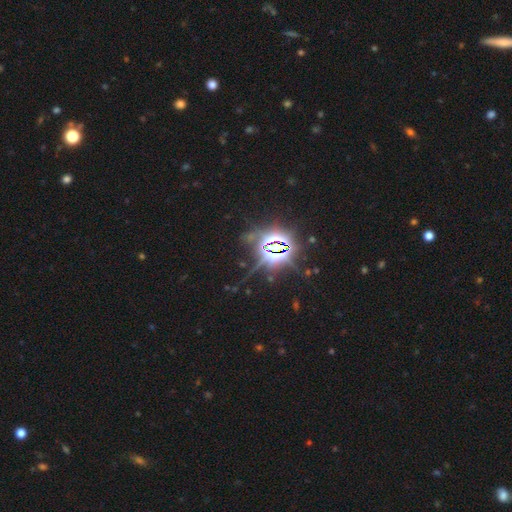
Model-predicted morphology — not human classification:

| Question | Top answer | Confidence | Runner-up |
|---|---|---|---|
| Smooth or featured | star or artifact | 87% | smooth (8%) |